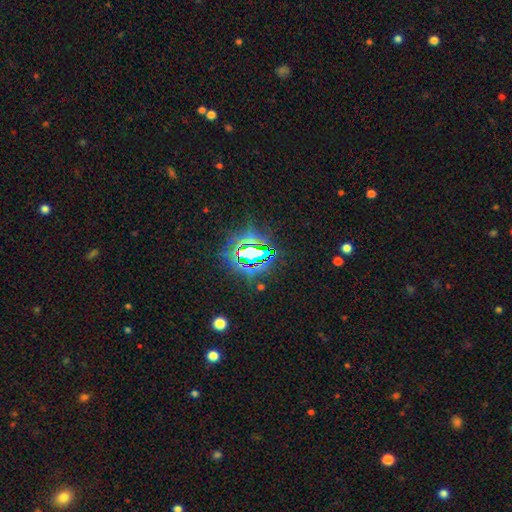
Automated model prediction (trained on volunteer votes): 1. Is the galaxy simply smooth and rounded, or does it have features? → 78% star or artifact, 13% smooth, 10% featured or disk.